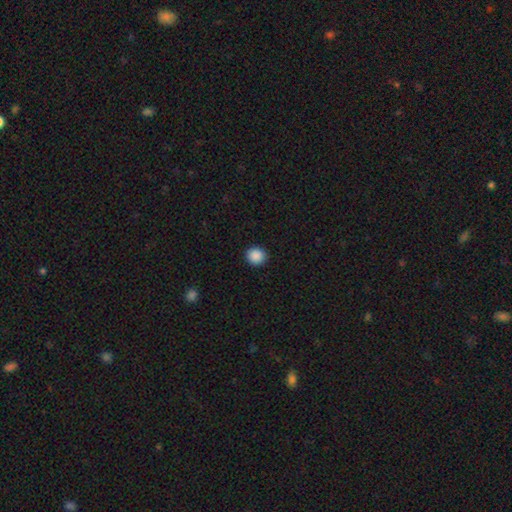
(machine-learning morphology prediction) Smooth or featured? Predicted: smooth (p=0.89). How rounded? Predicted: round (p=0.90). Merging? Predicted: none (p=0.92).